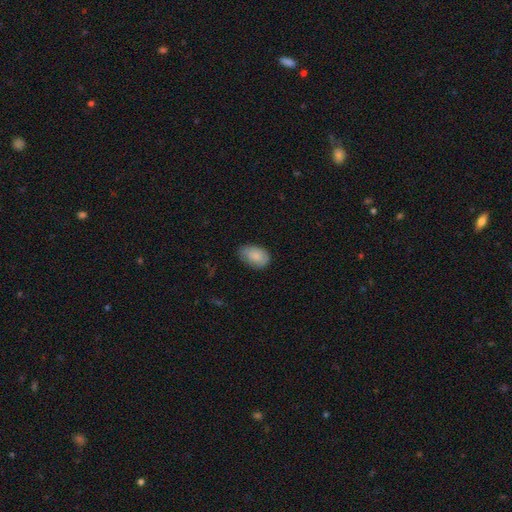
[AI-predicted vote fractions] A smooth galaxy with no disk features (80%) that is in between round and cigar-shaped (87%). Merging: none (64%).